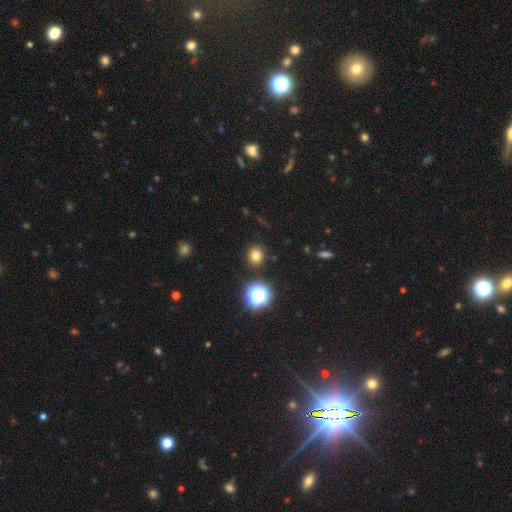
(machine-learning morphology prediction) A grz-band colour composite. It shows a smooth galaxy with no disk features (77%) that is round (84%). Merging: none (88%).